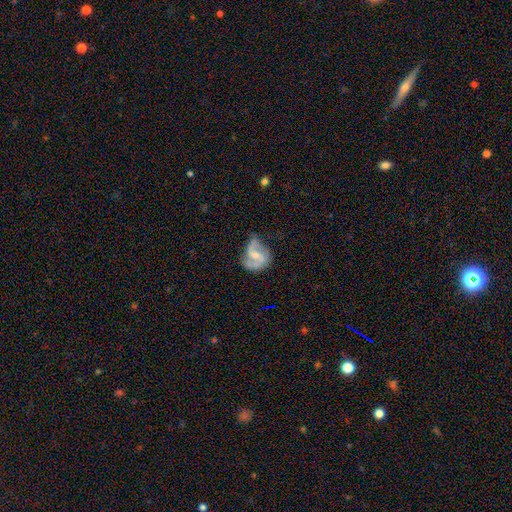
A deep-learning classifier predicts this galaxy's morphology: Smooth or featured? Predicted: featured or disk (p=0.75). Edge-on disk? Predicted: no (p=0.98). Bar? Predicted: weak (p=0.51). Spiral arms? Predicted: yes (p=0.90). Spiral winding? Predicted: medium (p=0.47). Spiral arm count? Predicted: 2 (p=0.79). Bulge size? Predicted: small (p=0.48). Merging? Predicted: none (p=0.44).